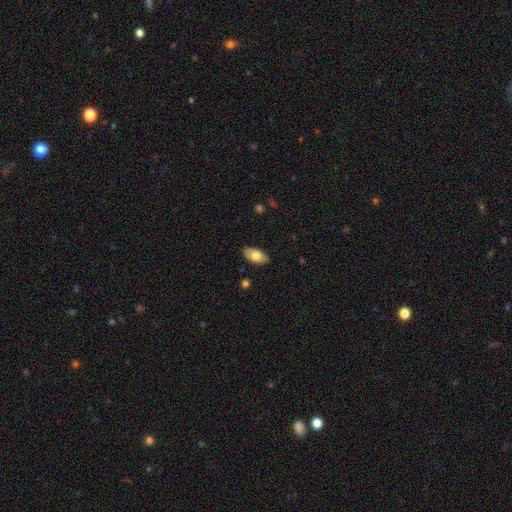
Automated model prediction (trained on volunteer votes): The model was most divided on "smooth or featured": smooth: 74%, featured or disk: 20%, star or artifact: 6%. More confident: how rounded — in between (94%); merging — none (85%).